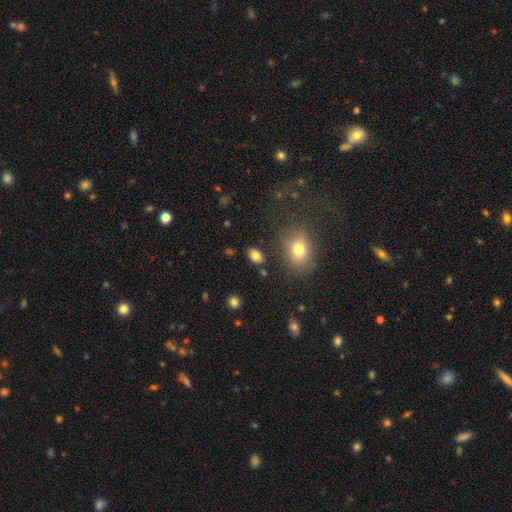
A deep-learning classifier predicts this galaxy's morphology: smooth_or_featured: smooth (p=0.82) [alt: star or artifact p=0.10]
how_rounded: in between (p=0.81) [alt: round p=0.17]
merging: none (p=0.84) [alt: minor disturbance p=0.10]